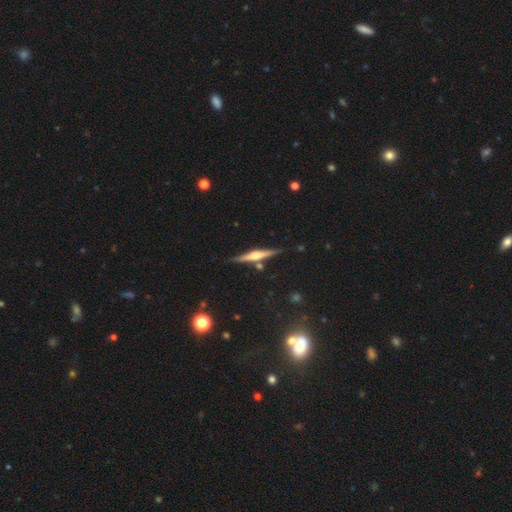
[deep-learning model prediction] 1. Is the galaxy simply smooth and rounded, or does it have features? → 71% featured or disk, 22% smooth, 7% star or artifact.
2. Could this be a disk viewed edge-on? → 98% yes, 2% no.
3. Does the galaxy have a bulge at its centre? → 80% rounded, 13% boxy, 7% none.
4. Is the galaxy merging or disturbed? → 84% none, 10% minor disturbance, 4% merger, 2% major disturbance.